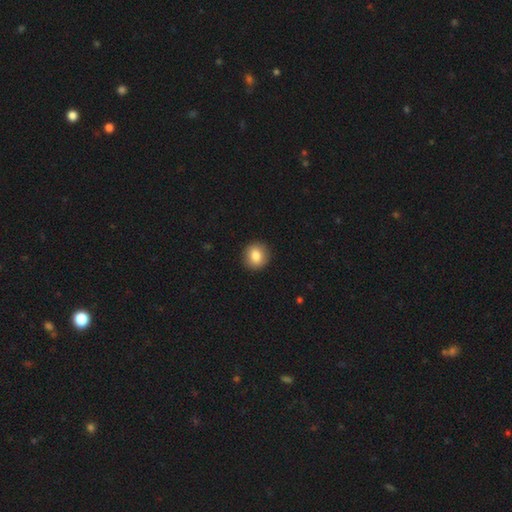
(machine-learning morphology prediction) smooth-or-featured: smooth: 83% | featured or disk: 9% | star or artifact: 8%
  how-rounded: round: 85% | in between: 14% | cigar-shaped: 1%
  merging: none: 92% | minor disturbance: 6% | major disturbance: 2% | merger: 1%